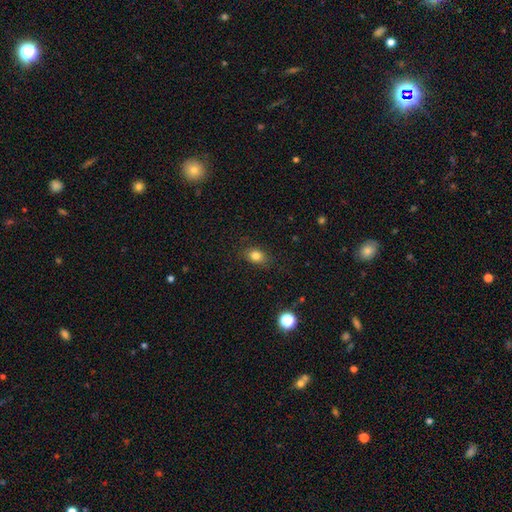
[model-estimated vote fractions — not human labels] Smooth or featured? Predicted: smooth (p=0.82). How rounded? Predicted: in between (p=0.69). Merging? Predicted: none (p=0.83).